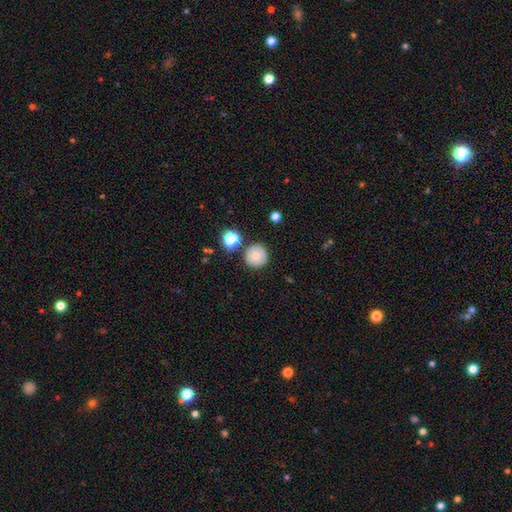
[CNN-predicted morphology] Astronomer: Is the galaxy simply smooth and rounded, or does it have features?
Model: smooth — 77%.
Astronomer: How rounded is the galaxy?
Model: round — 95%.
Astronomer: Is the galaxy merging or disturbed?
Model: none — 84%.